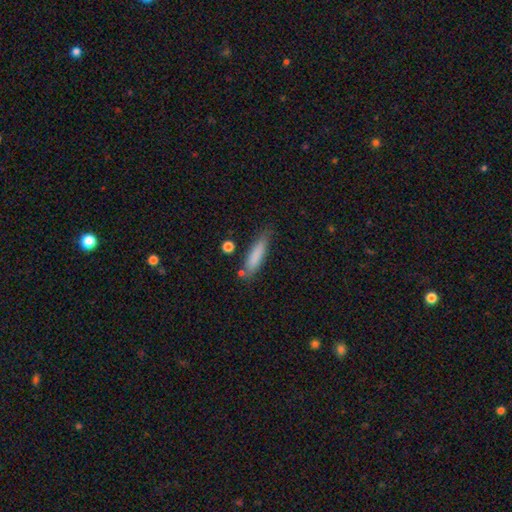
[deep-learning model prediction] Q: Smooth or featured?
A: smooth (81%); runner-up: featured or disk (12%)
Q: How rounded?
A: cigar-shaped (78%); runner-up: in between (21%)
Q: Merging?
A: none (73%); runner-up: minor disturbance (18%)